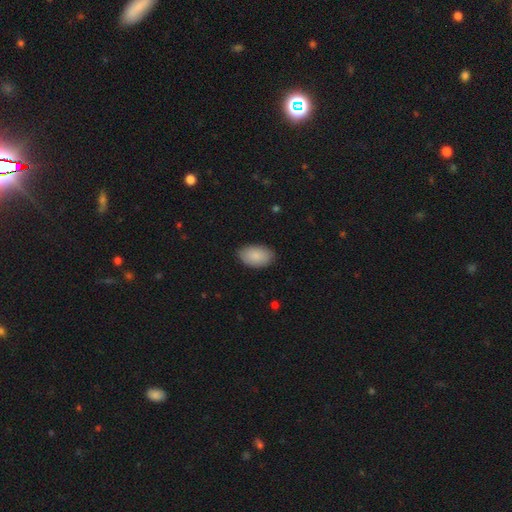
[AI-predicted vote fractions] Smooth or featured? Predicted: smooth (p=0.88). How rounded? Predicted: in between (p=0.92). Merging? Predicted: none (p=0.84).